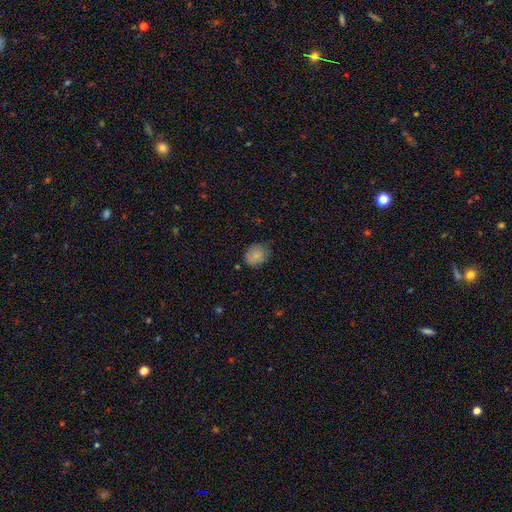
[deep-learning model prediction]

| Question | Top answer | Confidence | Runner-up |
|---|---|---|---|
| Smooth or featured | smooth | 81% | featured or disk (10%) |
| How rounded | round | 68% | in between (31%) |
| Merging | none | 66% | minor disturbance (27%) |